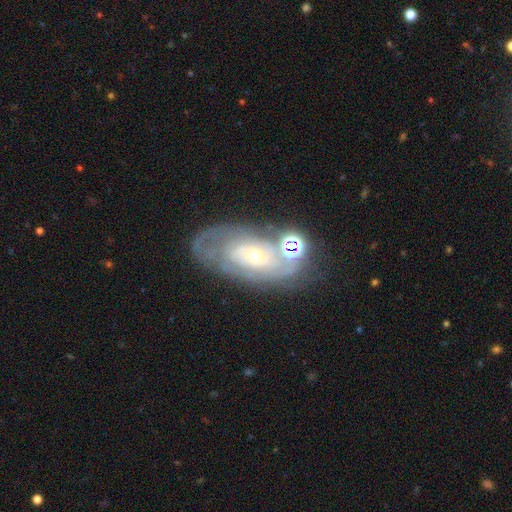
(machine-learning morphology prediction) Q: Smooth or featured?
A: featured or disk (77%); runner-up: smooth (14%)
Q: Edge-on disk?
A: no (93%); runner-up: yes (7%)
Q: Bar?
A: no (73%); runner-up: weak (21%)
Q: Spiral arms?
A: yes (77%); runner-up: no (23%)
Q: Spiral winding?
A: tight (68%); runner-up: medium (24%)
Q: Spiral arm count?
A: can't tell (51%); runner-up: 2 (24%)
Q: Bulge size?
A: moderate (50%); runner-up: small (44%)
Q: Merging?
A: none (56%); runner-up: minor disturbance (19%)